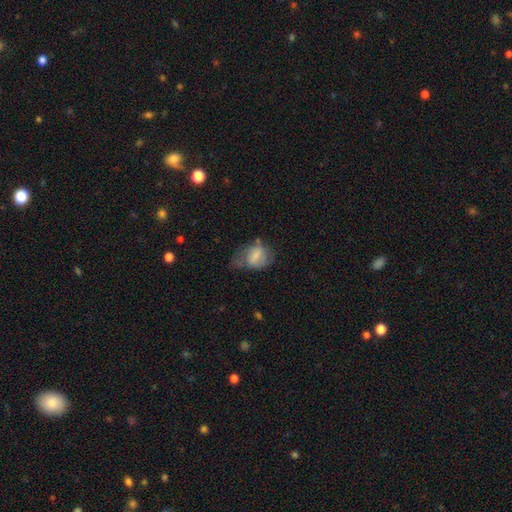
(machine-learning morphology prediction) smooth_or_featured: smooth (p=0.64) [alt: featured or disk p=0.27]
how_rounded: in between (p=0.65) [alt: round p=0.33]
merging: minor disturbance (p=0.33) [alt: none p=0.31]